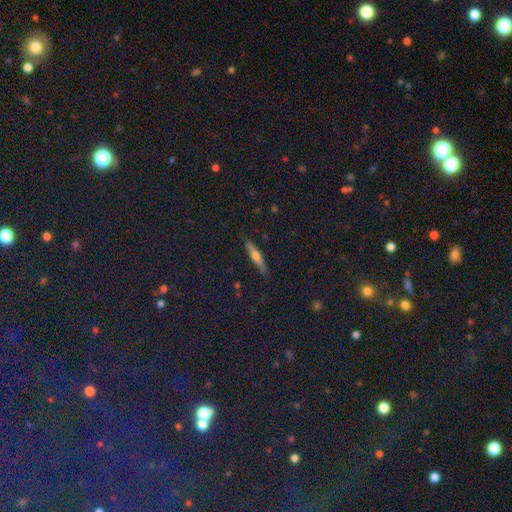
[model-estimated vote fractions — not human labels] Smooth or featured: featured or disk — 58% (smooth — 33%)
Edge-on disk: yes — 96% (no — 4%)
Edge-on bulge: rounded — 89% (none — 6%)
Merging: none — 88% (minor disturbance — 9%)